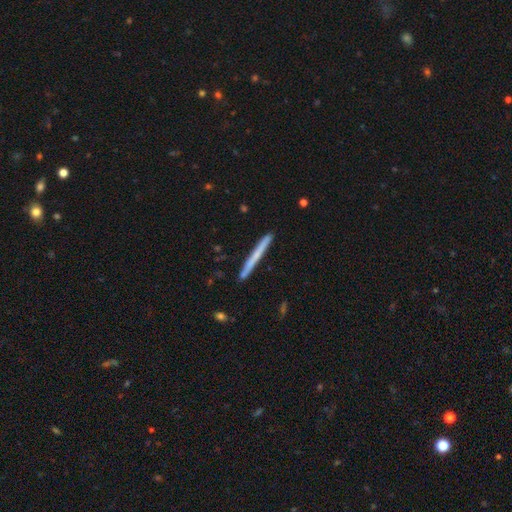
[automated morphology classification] Smooth or featured? Predicted: smooth (p=0.54). How rounded? Predicted: cigar-shaped (p=0.97). Merging? Predicted: none (p=0.91).